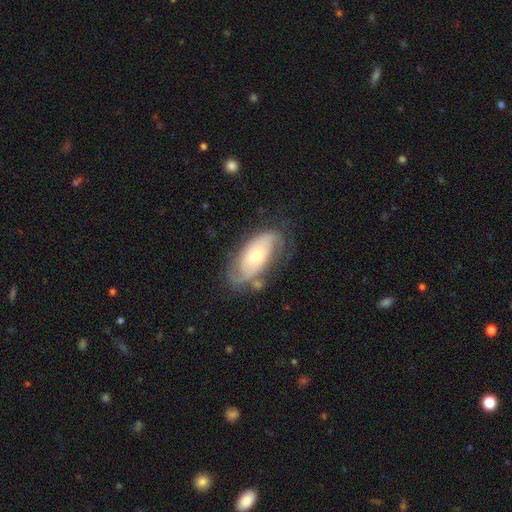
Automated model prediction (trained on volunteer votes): A featured or disk galaxy (73%) with no bar (64%), 2 (71%) tight (42%) spiral arms (90%) and a moderate central bulge (51%). Merging: none (65%).